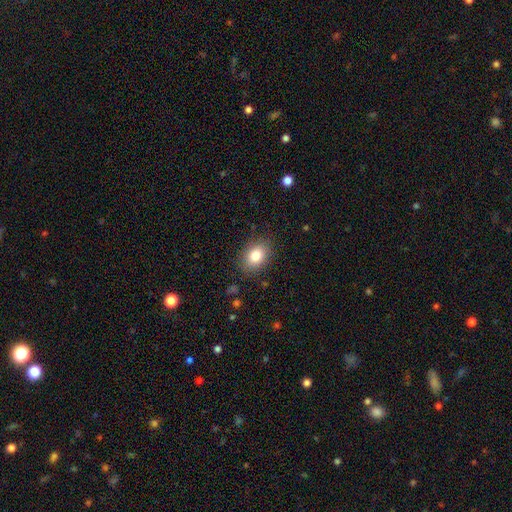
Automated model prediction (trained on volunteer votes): This is clearly a smooth galaxy (82%). How rounded: likely in between (75%). Merging: clearly none (85%).